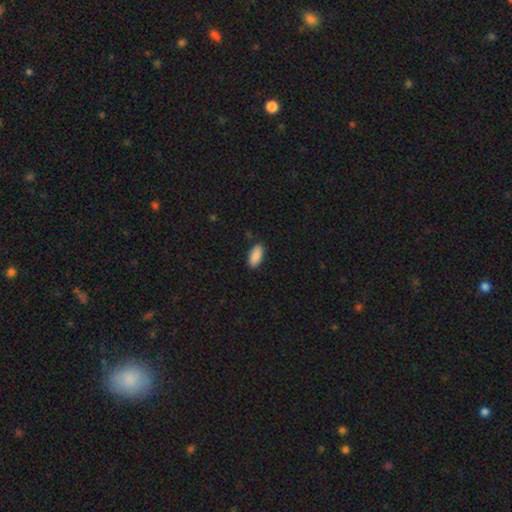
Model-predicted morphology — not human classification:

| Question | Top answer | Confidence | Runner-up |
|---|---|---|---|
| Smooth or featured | smooth | 90% | star or artifact (6%) |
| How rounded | in between | 88% | cigar-shaped (10%) |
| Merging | none | 86% | minor disturbance (10%) |